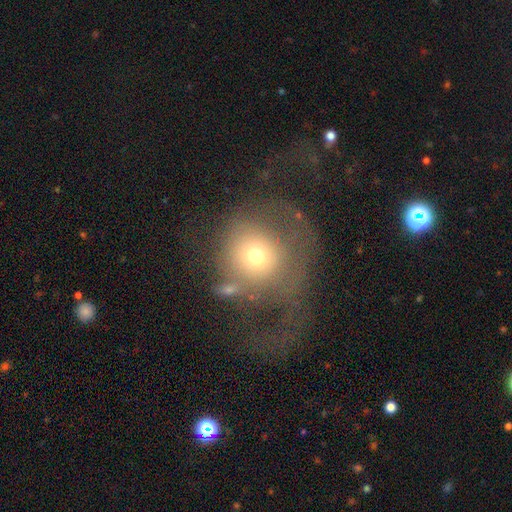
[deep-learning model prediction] Smooth or featured?
  - smooth: 58% *
  - featured or disk: 30%
  - star or artifact: 13%
How rounded?
  - round: 89% *
  - in between: 10%
  - cigar-shaped: 1%
Merging?
  - major disturbance: 49% *
  - none: 30%
  - minor disturbance: 15%
  - merger: 6%